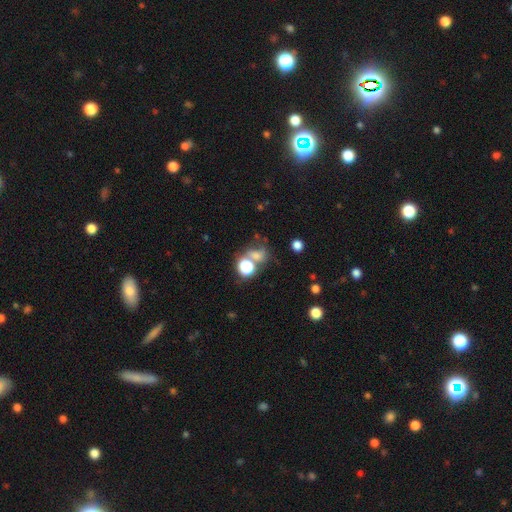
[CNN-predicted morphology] smooth_or_featured: smooth (p=0.56) [alt: star or artifact p=0.29]
how_rounded: round (p=0.62) [alt: in between p=0.37]
merging: none (p=0.44) [alt: merger p=0.30]